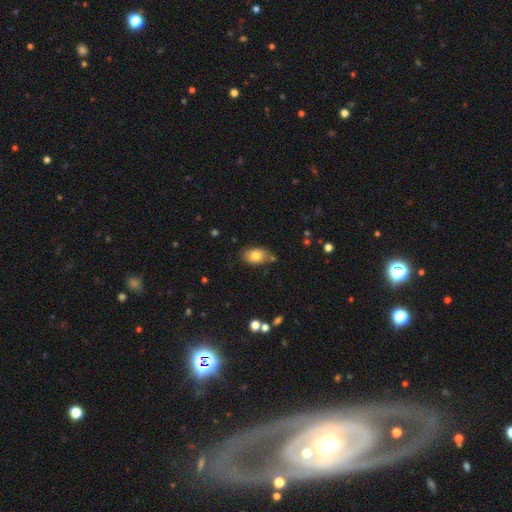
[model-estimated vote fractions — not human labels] smooth 79%, featured or disk 13%, star or artifact 9%. Down the decision tree: how rounded — in between (86%); merging — none (71%).